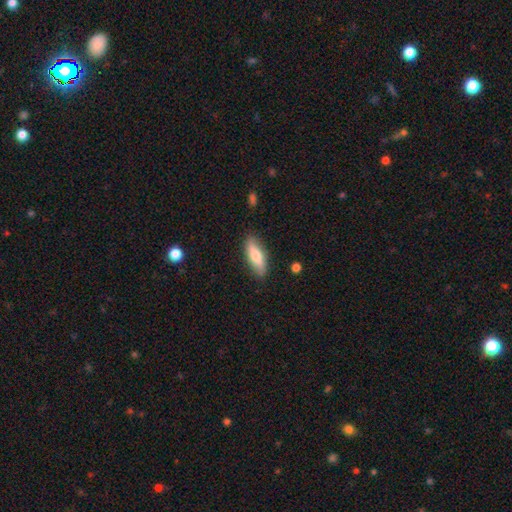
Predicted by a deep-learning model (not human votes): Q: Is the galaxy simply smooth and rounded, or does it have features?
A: smooth — 67%.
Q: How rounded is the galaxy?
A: in between — 58%.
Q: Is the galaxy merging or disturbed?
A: none — 85%.